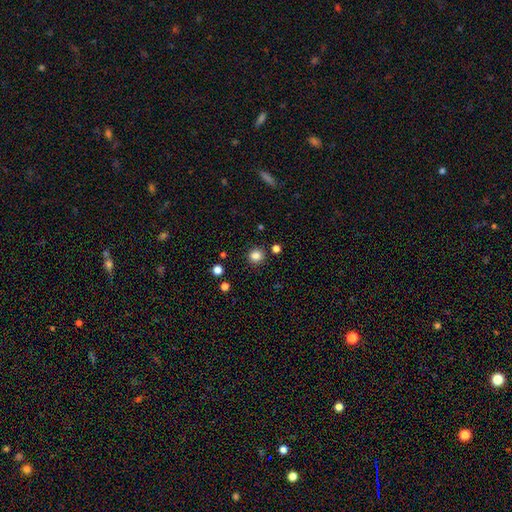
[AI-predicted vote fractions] Smooth or featured? smooth (84%)
How rounded? round (89%)
Merging? none (88%)